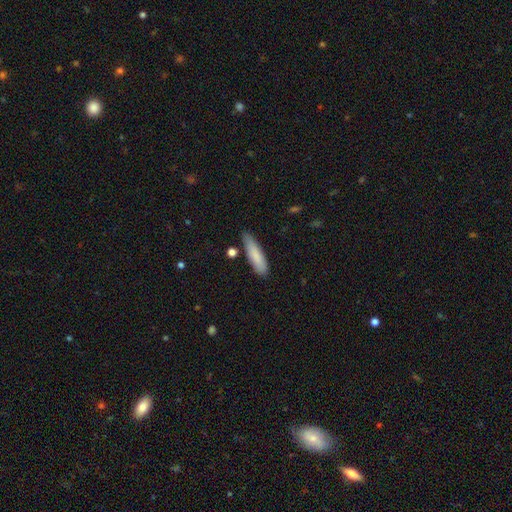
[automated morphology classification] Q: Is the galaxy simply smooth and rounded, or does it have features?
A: smooth — 82%.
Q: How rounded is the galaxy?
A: cigar-shaped — 73%.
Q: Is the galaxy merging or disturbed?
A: none — 76%.